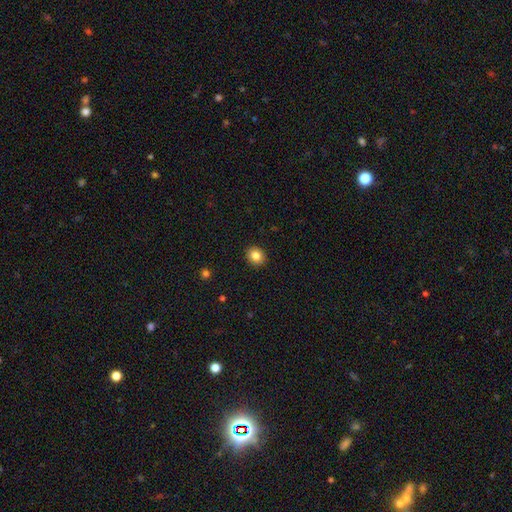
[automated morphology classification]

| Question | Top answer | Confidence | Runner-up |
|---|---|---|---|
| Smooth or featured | smooth | 83% | star or artifact (10%) |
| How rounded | round | 77% | in between (22%) |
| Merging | none | 92% | minor disturbance (6%) |